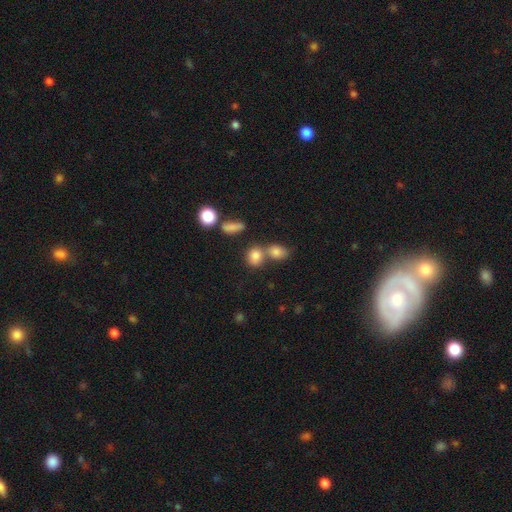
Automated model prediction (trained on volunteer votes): Q: Smooth or featured?
A: smooth (80%); runner-up: star or artifact (12%)
Q: How rounded?
A: round (52%); runner-up: in between (46%)
Q: Merging?
A: none (47%); runner-up: merger (38%)